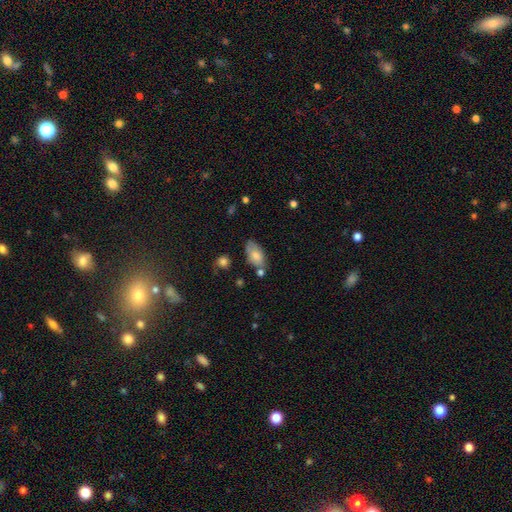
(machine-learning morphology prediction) type=smooth (74%); roundness=in between (92%); merging=none (56%).